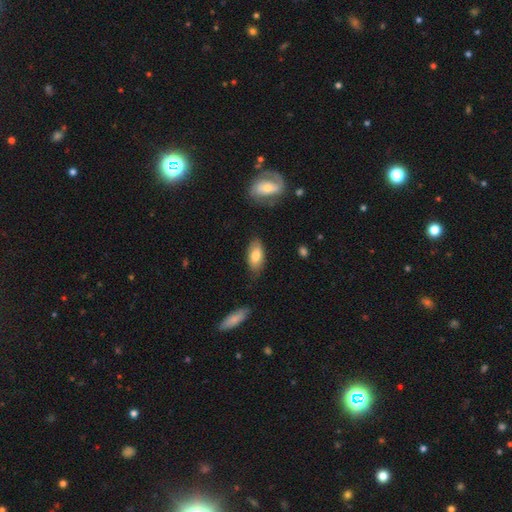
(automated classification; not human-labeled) Smooth or featured? Predicted: smooth (p=0.79). How rounded? Predicted: in between (p=0.89). Merging? Predicted: none (p=0.77).